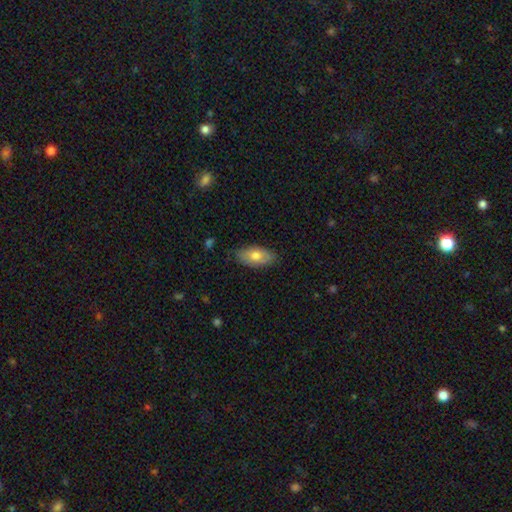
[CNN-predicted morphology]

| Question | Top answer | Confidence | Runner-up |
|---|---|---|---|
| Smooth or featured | smooth | 73% | featured or disk (21%) |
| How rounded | in between | 93% | cigar-shaped (4%) |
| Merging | none | 81% | minor disturbance (15%) |